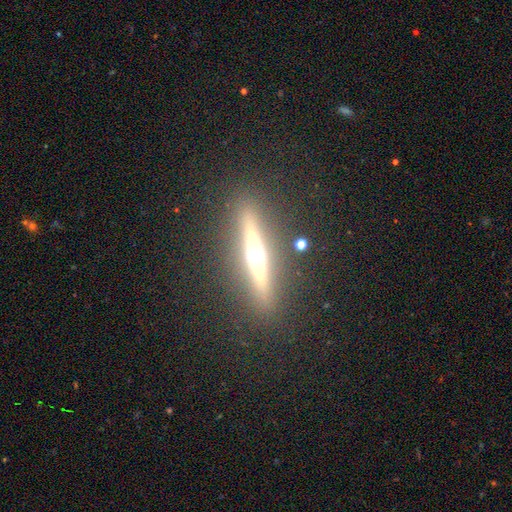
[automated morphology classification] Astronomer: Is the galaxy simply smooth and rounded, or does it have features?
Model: featured or disk — 76%.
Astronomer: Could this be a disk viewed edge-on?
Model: yes — 97%.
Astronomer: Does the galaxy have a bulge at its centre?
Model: rounded — 90%.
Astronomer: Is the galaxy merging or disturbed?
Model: none — 89%.